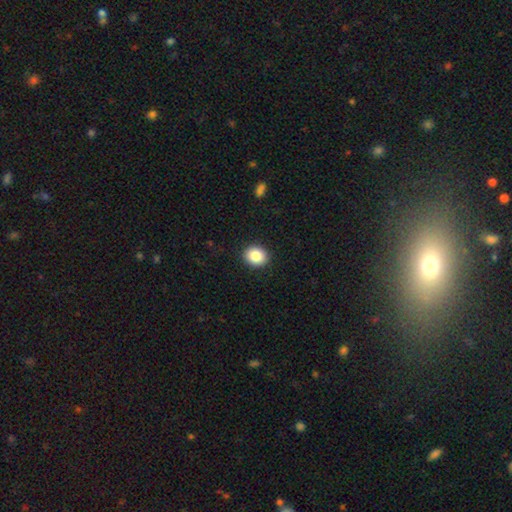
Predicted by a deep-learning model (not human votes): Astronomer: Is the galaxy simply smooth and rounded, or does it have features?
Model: smooth — 86%.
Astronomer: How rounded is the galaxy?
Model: round — 66%.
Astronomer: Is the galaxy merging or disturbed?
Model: none — 91%.